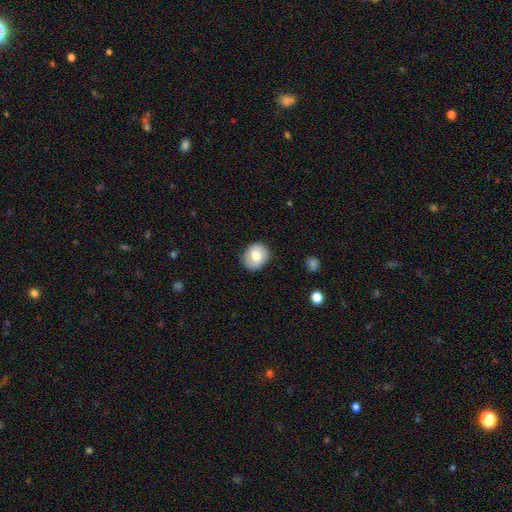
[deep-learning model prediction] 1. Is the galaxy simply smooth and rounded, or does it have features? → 72% smooth, 21% featured or disk, 7% star or artifact.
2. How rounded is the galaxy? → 66% round, 33% in between, 1% cigar-shaped.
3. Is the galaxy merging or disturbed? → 84% none, 12% minor disturbance, 3% major disturbance, 1% merger.